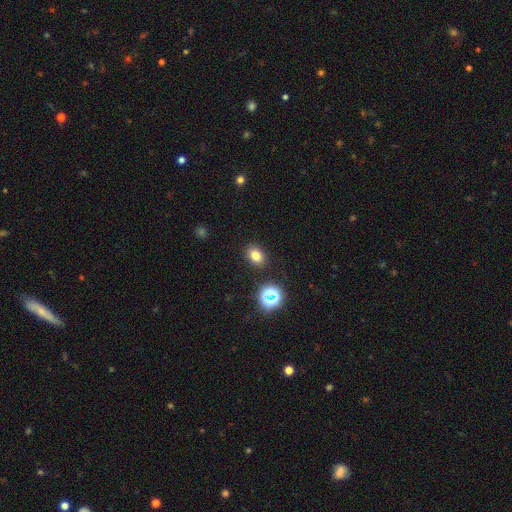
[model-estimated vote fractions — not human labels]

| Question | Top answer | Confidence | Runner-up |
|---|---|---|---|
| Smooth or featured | smooth | 76% | star or artifact (16%) |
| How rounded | in between | 64% | round (35%) |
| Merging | none | 87% | minor disturbance (8%) |